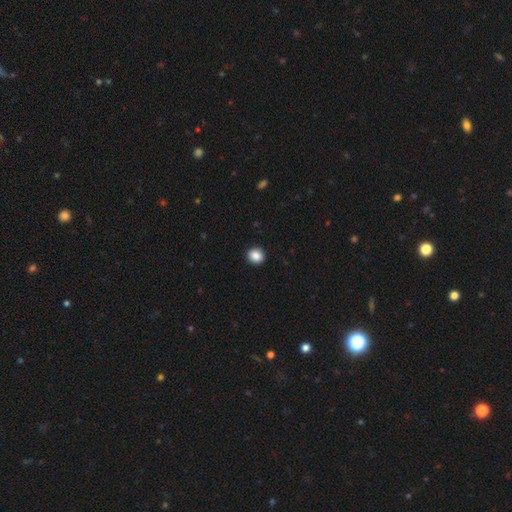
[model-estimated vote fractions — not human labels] smooth_or_featured: smooth (p=0.88) [alt: star or artifact p=0.09]
how_rounded: round (p=0.69) [alt: in between p=0.30]
merging: none (p=0.92) [alt: minor disturbance p=0.06]